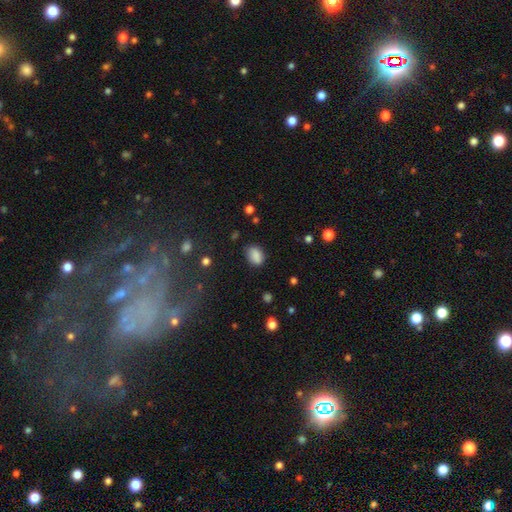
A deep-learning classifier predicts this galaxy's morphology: Smooth or featured: smooth — 86% (star or artifact — 9%)
How rounded: in between — 81% (round — 17%)
Merging: none — 78% (minor disturbance — 16%)